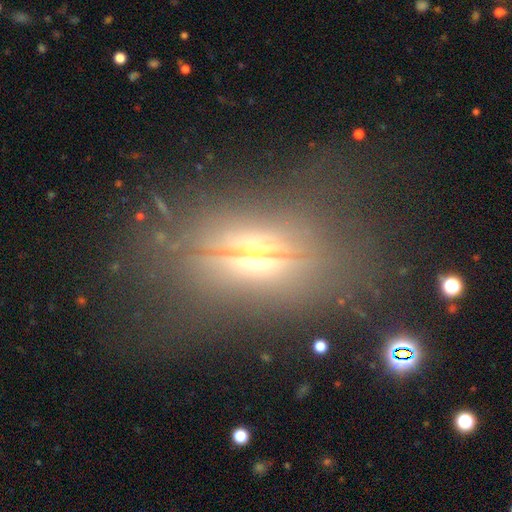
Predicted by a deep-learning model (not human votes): featured or disk 63%, smooth 20%, star or artifact 17%. Down the decision tree: edge-on disk — yes (80%); edge-on bulge — rounded (91%); merging — none (72%).